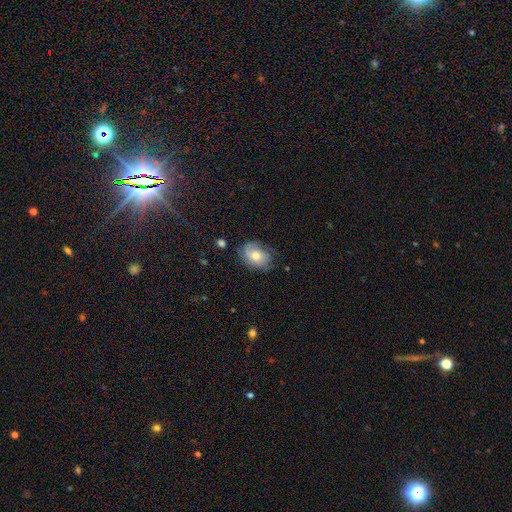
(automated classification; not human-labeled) Smooth or featured? smooth (59%)
How rounded? in between (68%)
Merging? none (69%)